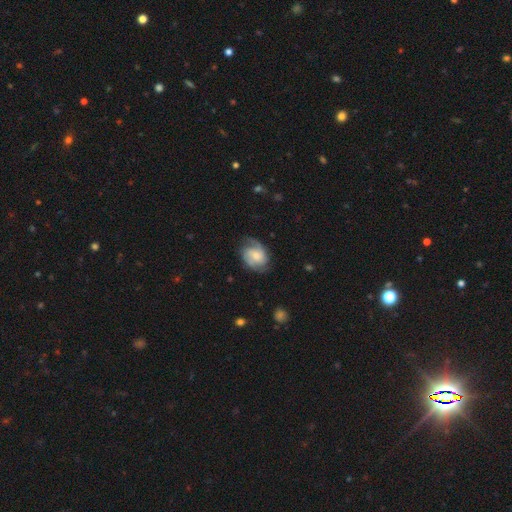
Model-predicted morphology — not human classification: smooth_or_featured: featured or disk (p=0.68) [alt: smooth p=0.25]
disk_edge_on: no (p=0.97) [alt: yes p=0.03]
bar: no (p=0.51) [alt: weak p=0.40]
has_spiral_arms: yes (p=0.93) [alt: no p=0.07]
spiral_winding: medium (p=0.46) [alt: tight p=0.33]
spiral_arm_count: 2 (p=0.64) [alt: can't tell p=0.14]
bulge_size: small (p=0.43) [alt: moderate p=0.41]
merging: none (p=0.66) [alt: minor disturbance p=0.22]